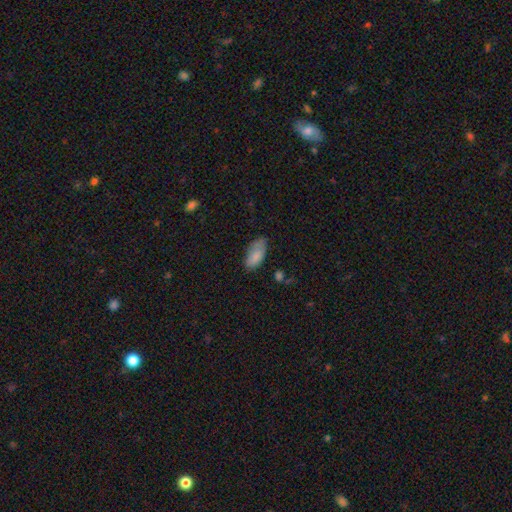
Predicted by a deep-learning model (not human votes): Overall: smooth (84%). How rounded: in between (91%). Merging: none (62%; minor disturbance 29%).